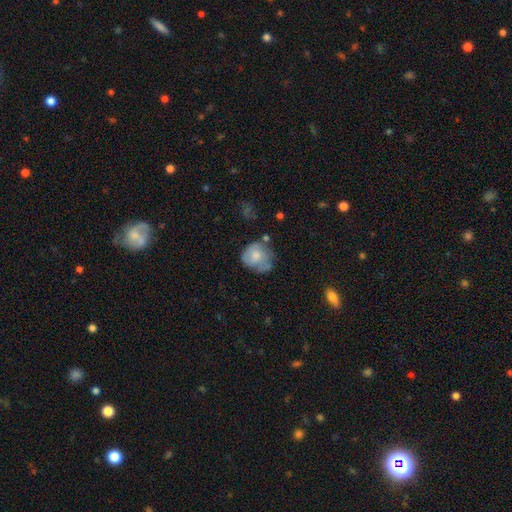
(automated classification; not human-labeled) The model was most divided on "merging": none: 49%, minor disturbance: 30%, major disturbance: 13%, merger: 8%. More confident: how rounded — round (76%); smooth or featured — smooth (60%).